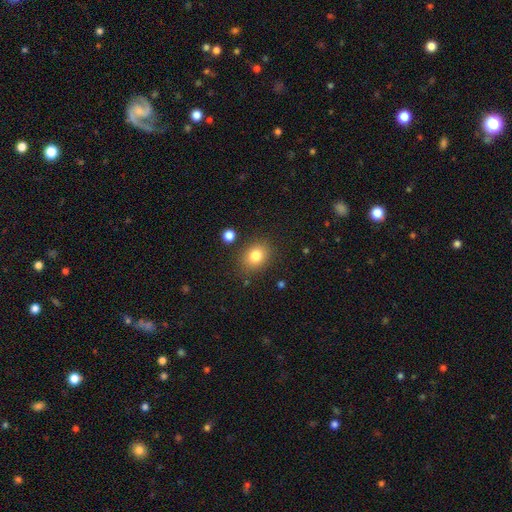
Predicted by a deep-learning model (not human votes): The model was most divided on "how rounded": round: 53%, in between: 46%, cigar-shaped: 1%. More confident: merging — none (82%); smooth or featured — smooth (81%).